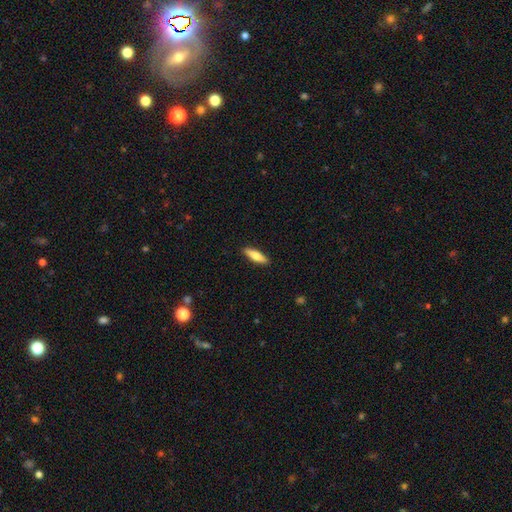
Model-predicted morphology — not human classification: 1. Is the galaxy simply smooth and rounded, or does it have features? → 70% smooth, 25% featured or disk, 6% star or artifact.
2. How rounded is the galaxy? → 60% cigar-shaped, 38% in between, 2% round.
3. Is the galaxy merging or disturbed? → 90% none, 8% minor disturbance, 2% major disturbance, 1% merger.